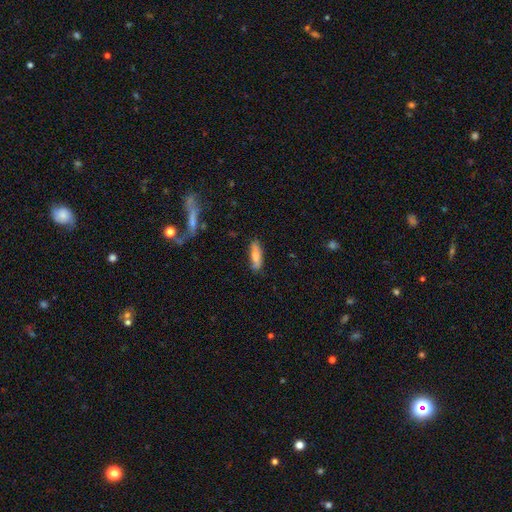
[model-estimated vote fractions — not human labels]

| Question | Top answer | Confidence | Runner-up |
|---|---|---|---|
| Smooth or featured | smooth | 76% | featured or disk (17%) |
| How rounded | cigar-shaped | 55% | in between (43%) |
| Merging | none | 80% | minor disturbance (15%) |